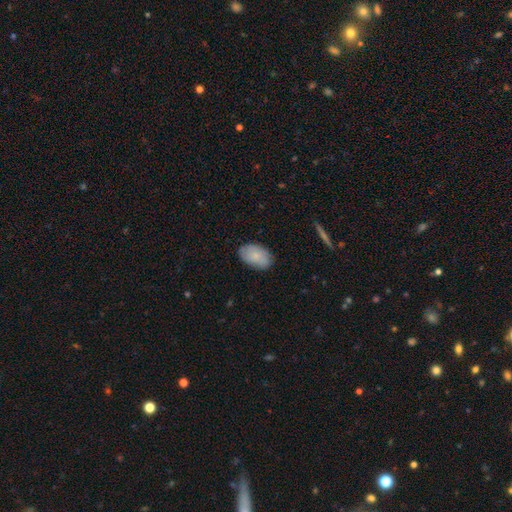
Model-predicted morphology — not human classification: type=smooth (76%); roundness=in between (92%); merging=none (82%).